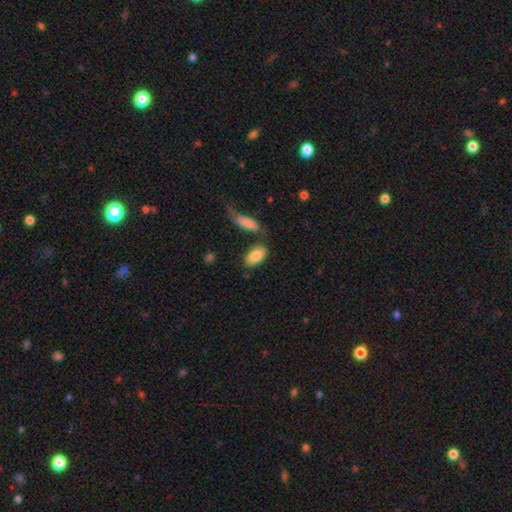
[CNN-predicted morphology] Overall: smooth (82%). How rounded: in between (93%). Merging: none (69%).